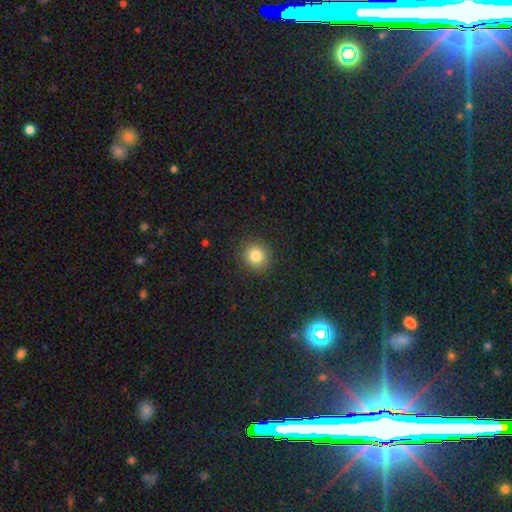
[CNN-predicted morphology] smooth_or_featured: smooth (p=0.81) [alt: star or artifact p=0.13]
how_rounded: round (p=0.89) [alt: in between p=0.10]
merging: none (p=0.90) [alt: minor disturbance p=0.06]